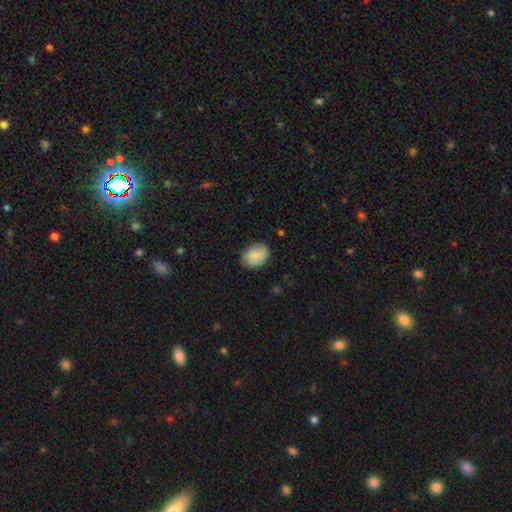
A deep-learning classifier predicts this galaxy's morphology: A smooth galaxy with no disk features (84%) that is in between round and cigar-shaped (75%). Merging: none (81%).